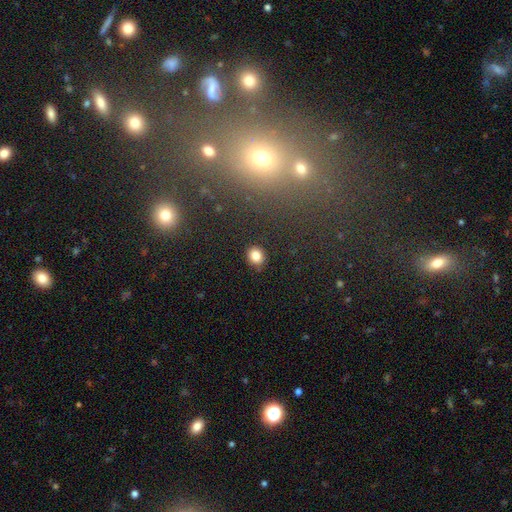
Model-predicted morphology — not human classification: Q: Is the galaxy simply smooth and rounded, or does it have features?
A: smooth — 84%.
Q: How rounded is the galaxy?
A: round — 65%.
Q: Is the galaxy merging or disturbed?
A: none — 88%.